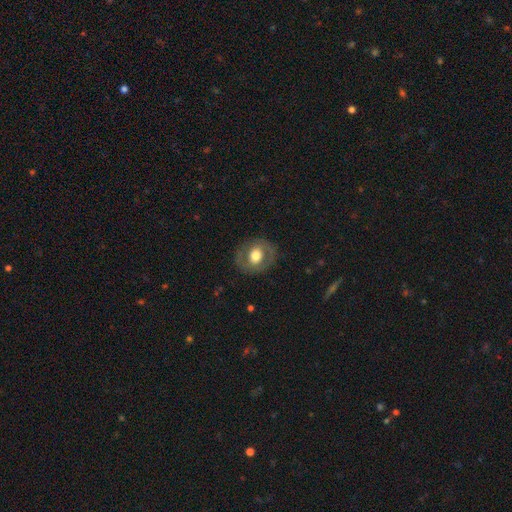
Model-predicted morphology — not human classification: Smooth or featured? Predicted: smooth (p=0.53). How rounded? Predicted: round (p=0.70). Merging? Predicted: none (p=0.81).